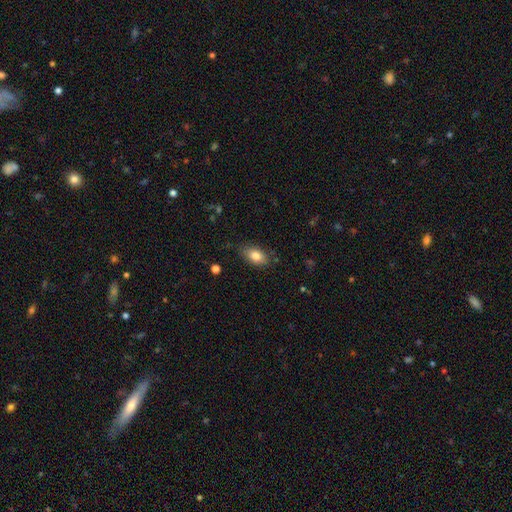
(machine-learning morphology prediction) smooth 82%, featured or disk 10%, star or artifact 8%. Down the decision tree: how rounded — in between (89%); merging — none (79%).